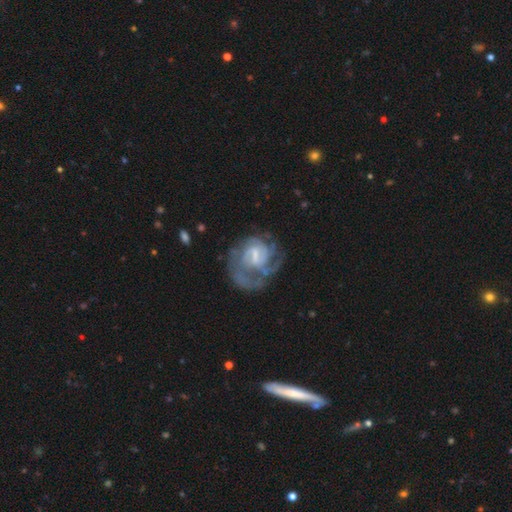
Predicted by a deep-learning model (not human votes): Smooth or featured? Predicted: featured or disk (p=0.81). Edge-on disk? Predicted: no (p=0.98). Bar? Predicted: weak (p=0.55). Spiral arms? Predicted: yes (p=0.89). Spiral winding? Predicted: tight (p=0.47). Spiral arm count? Predicted: can't tell (p=0.32). Bulge size? Predicted: small (p=0.36). Merging? Predicted: none (p=0.49).